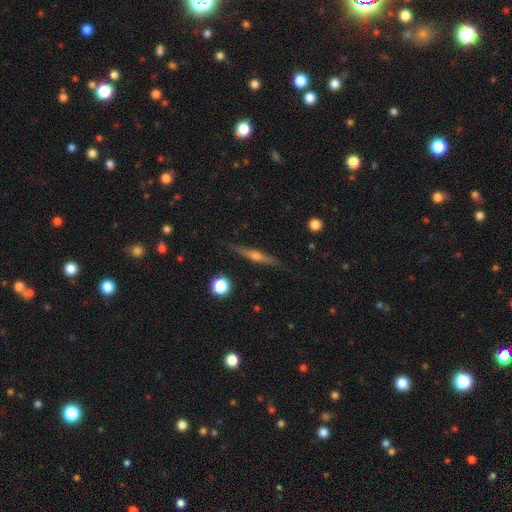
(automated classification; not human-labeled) Morphology: type=featured or disk (68%); edge-on=yes (97%); edge-on bulge=rounded (83%); merging=none (87%).